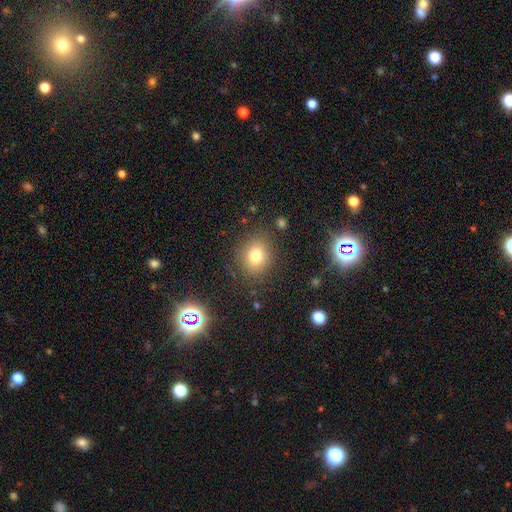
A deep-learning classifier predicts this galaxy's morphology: smooth-or-featured: smooth: 78% | star or artifact: 13% | featured or disk: 9%
  how-rounded: round: 66% | in between: 33% | cigar-shaped: 1%
  merging: none: 83% | minor disturbance: 11% | major disturbance: 4% | merger: 2%